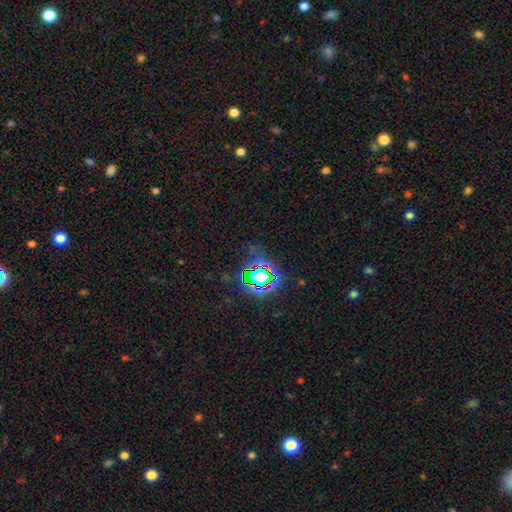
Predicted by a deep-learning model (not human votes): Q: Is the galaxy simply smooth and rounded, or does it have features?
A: star or artifact — 80%.